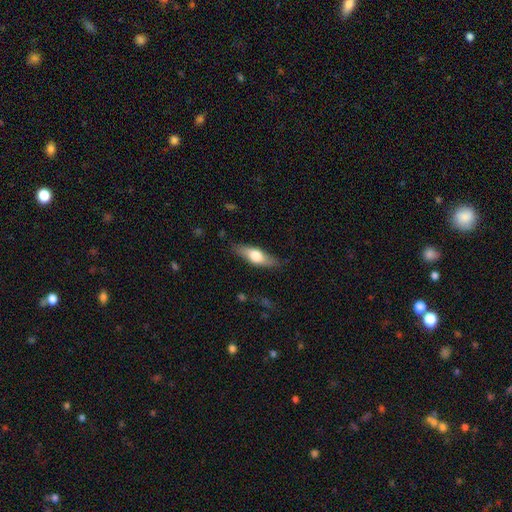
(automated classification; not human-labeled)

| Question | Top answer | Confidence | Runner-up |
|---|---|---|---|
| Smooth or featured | smooth | 56% | featured or disk (39%) |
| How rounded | cigar-shaped | 49% | in between (48%) |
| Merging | none | 81% | minor disturbance (15%) |